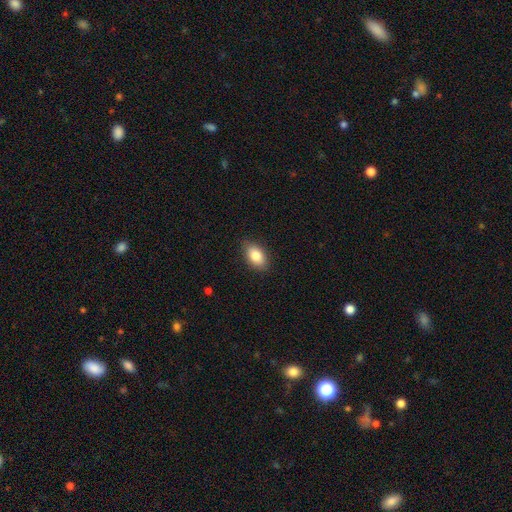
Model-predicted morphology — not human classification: A smooth galaxy with no disk features (84%) that is in between round and cigar-shaped (91%). Merging: none (86%).